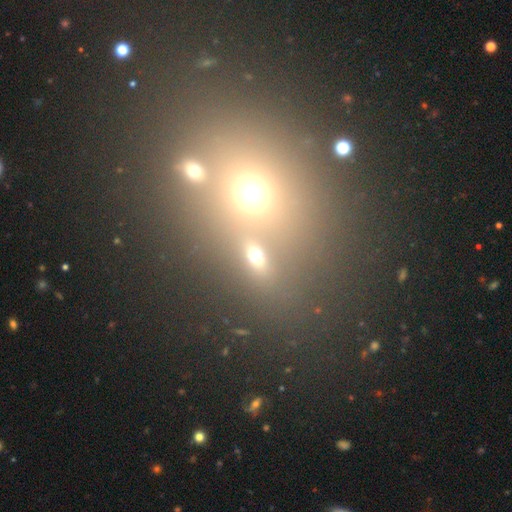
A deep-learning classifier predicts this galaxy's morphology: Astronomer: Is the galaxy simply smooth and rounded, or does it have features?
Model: smooth — 61%.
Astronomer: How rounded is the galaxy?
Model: in between — 51% (runner-up: round, 40%).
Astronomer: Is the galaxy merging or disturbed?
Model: none — 59%.